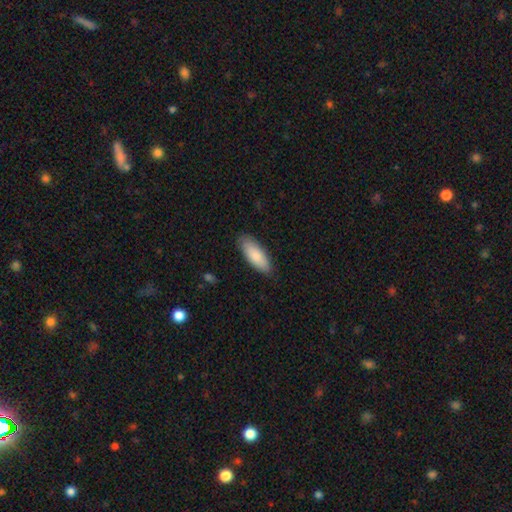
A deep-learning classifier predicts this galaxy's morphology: Smooth or featured: smooth — 84% (featured or disk — 11%)
How rounded: in between — 74% (cigar-shaped — 24%)
Merging: none — 85% (minor disturbance — 12%)